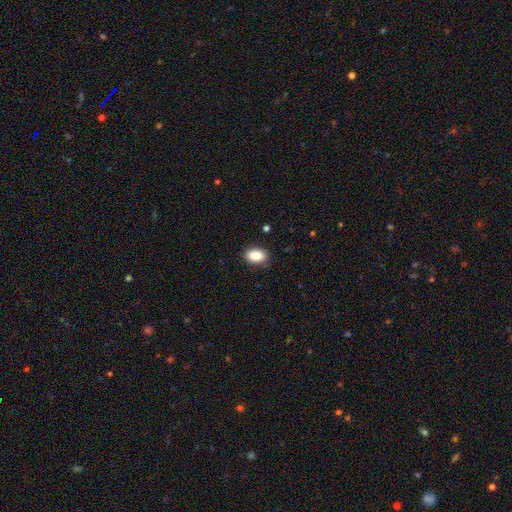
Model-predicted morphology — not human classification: The model was most divided on "merging": none: 86%, minor disturbance: 10%, major disturbance: 2%, merger: 1%. More confident: how rounded — in between (89%); smooth or featured — smooth (88%).